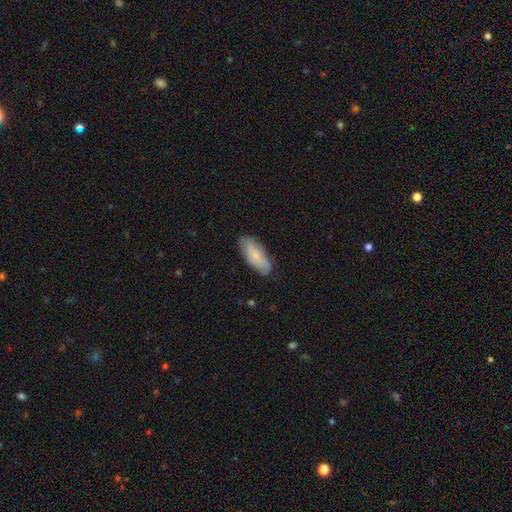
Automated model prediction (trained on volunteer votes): This is likely a smooth galaxy (71%). How rounded: likely in between (78%). Merging: likely none (80%).